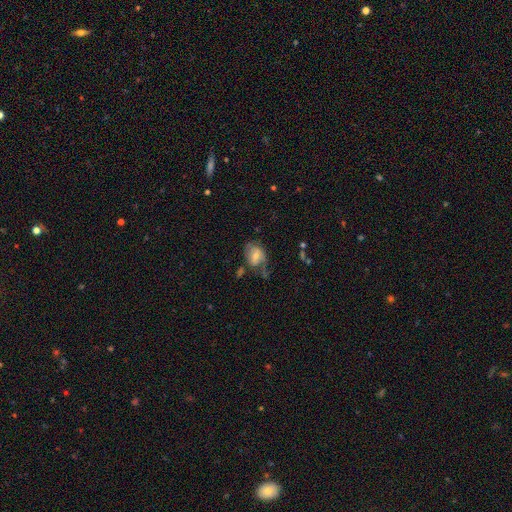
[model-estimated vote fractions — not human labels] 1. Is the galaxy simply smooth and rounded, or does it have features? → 49% featured or disk, 43% smooth, 8% star or artifact.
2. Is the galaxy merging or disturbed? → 40% none, 27% minor disturbance, 26% major disturbance, 7% merger.